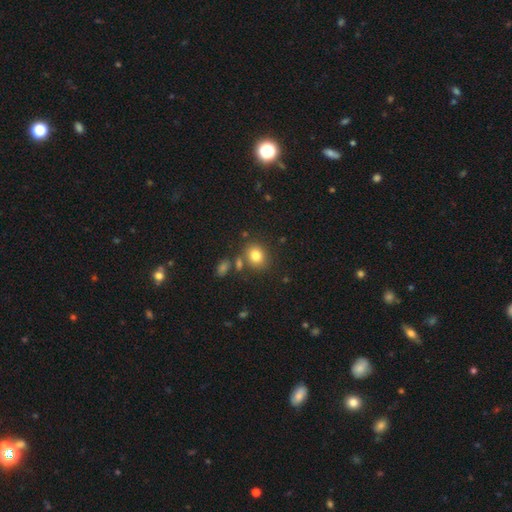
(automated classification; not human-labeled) The model was most divided on "how rounded": round: 64%, in between: 35%, cigar-shaped: 1%. More confident: smooth or featured — smooth (80%); merging — none (74%).